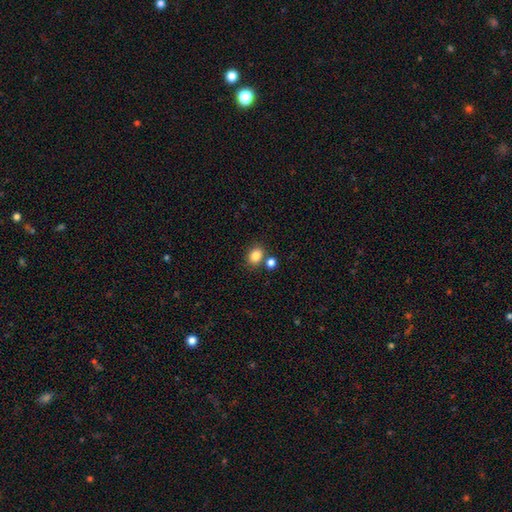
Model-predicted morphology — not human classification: smooth 84%, star or artifact 11%, featured or disk 5%. Down the decision tree: how rounded — in between (50%); merging — none (67%).